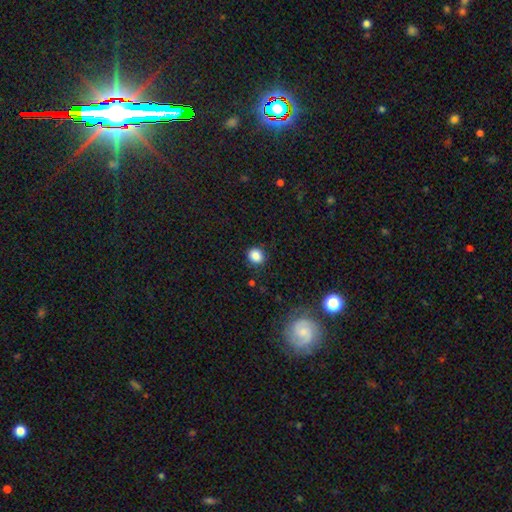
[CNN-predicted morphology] smooth-or-featured: smooth: 85% | star or artifact: 11% | featured or disk: 4%
  how-rounded: round: 75% | in between: 24% | cigar-shaped: 1%
  merging: none: 87% | minor disturbance: 9% | major disturbance: 3% | merger: 1%